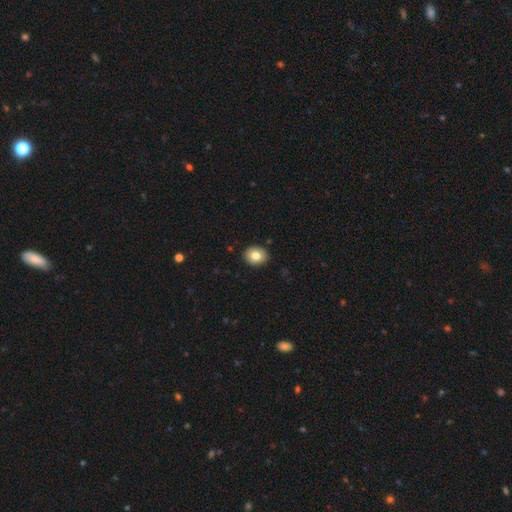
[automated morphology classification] Overall: smooth (80%). How rounded: round (56%; in between 43%). Merging: none (90%).